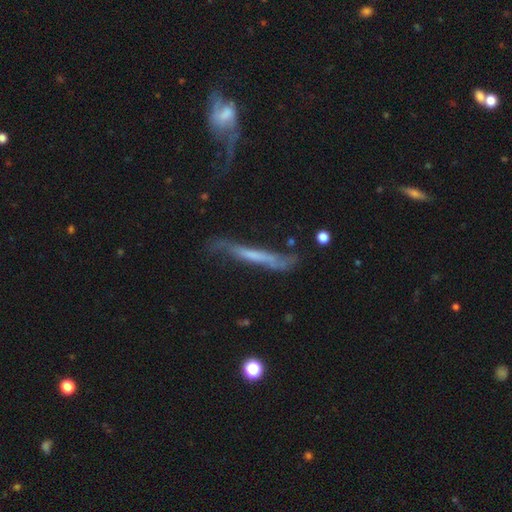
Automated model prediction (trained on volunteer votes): Smooth or featured: featured or disk — 55% (smooth — 37%)
Edge-on disk: yes — 73% (no — 27%)
Merging: none — 46% (minor disturbance — 27%)